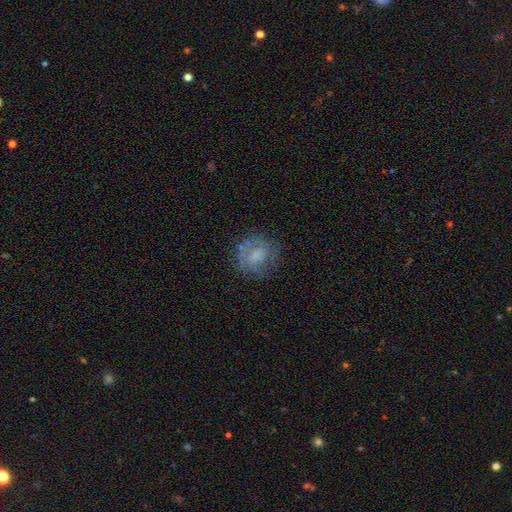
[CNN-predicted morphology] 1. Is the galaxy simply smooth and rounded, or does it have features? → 45% featured or disk, 44% smooth, 10% star or artifact.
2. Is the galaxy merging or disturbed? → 62% none, 21% minor disturbance, 15% major disturbance, 3% merger.